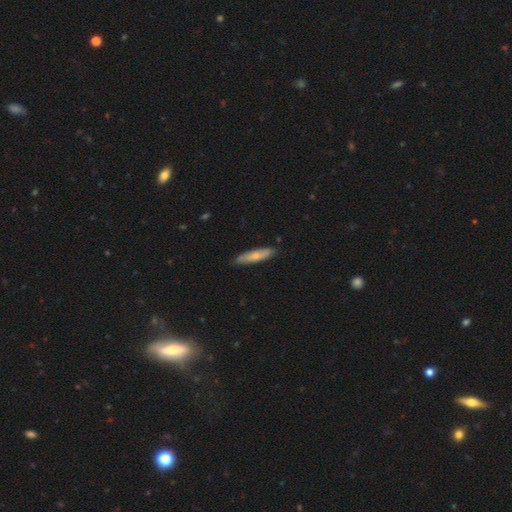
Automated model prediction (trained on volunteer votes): Smooth or featured: smooth — 65% (featured or disk — 30%)
How rounded: cigar-shaped — 80% (in between — 19%)
Merging: none — 83% (minor disturbance — 14%)